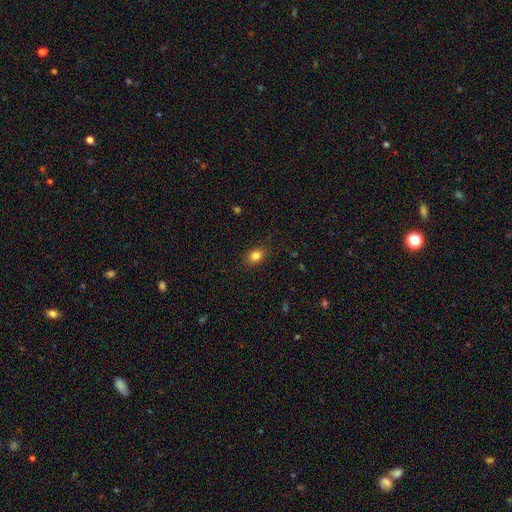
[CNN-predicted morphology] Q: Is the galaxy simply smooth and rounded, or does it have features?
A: smooth — 83%.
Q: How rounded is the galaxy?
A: in between — 58%.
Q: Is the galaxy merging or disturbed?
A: none — 85%.